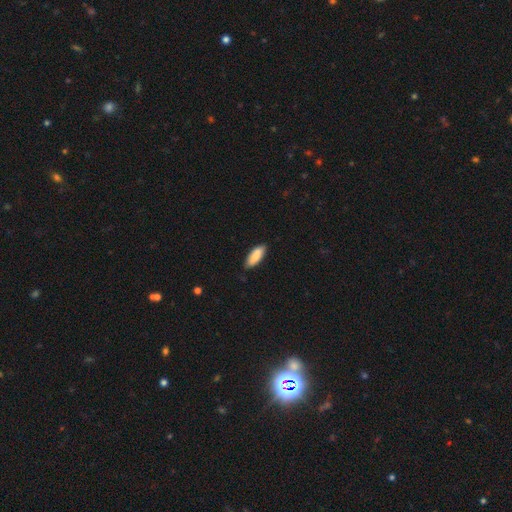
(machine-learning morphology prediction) Smooth or featured: smooth — 87% (featured or disk — 7%)
How rounded: in between — 73% (cigar-shaped — 26%)
Merging: none — 84% (minor disturbance — 13%)